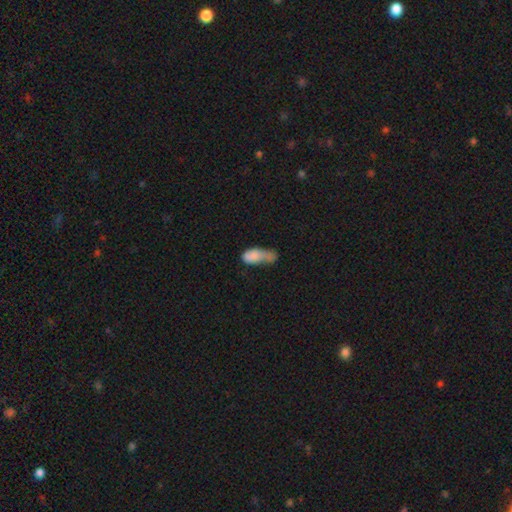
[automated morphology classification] The model was most divided on "merging": major disturbance: 31%, minor disturbance: 29%, none: 20%, merger: 20%. More confident: how rounded — in between (77%); smooth or featured — smooth (76%).